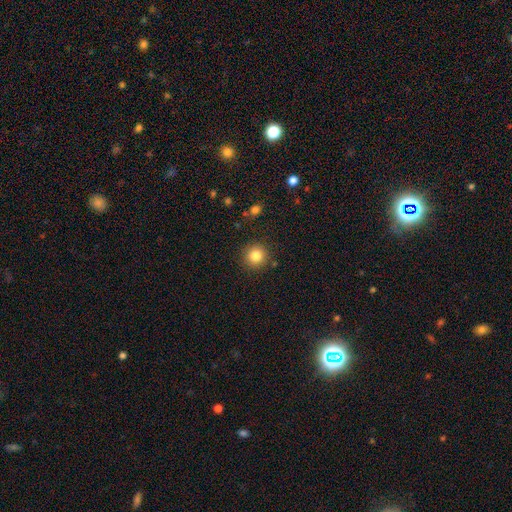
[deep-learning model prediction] smooth_or_featured: smooth (p=0.84) [alt: star or artifact p=0.11]
how_rounded: round (p=0.94) [alt: in between p=0.05]
merging: none (p=0.89) [alt: minor disturbance p=0.06]